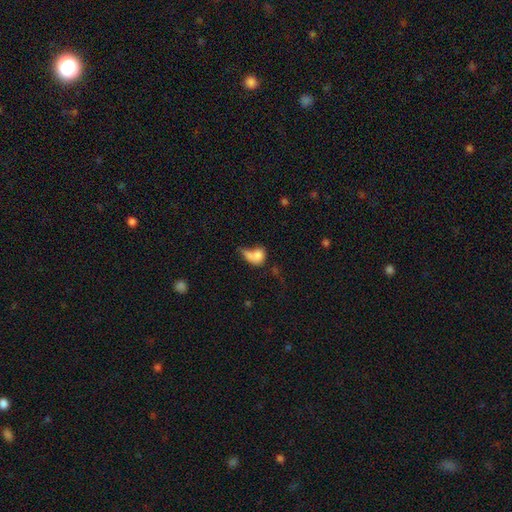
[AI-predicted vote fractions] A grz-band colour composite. It shows a smooth galaxy with no disk features (71%) that is in between round and cigar-shaped (59%). Merging: merger (37%).